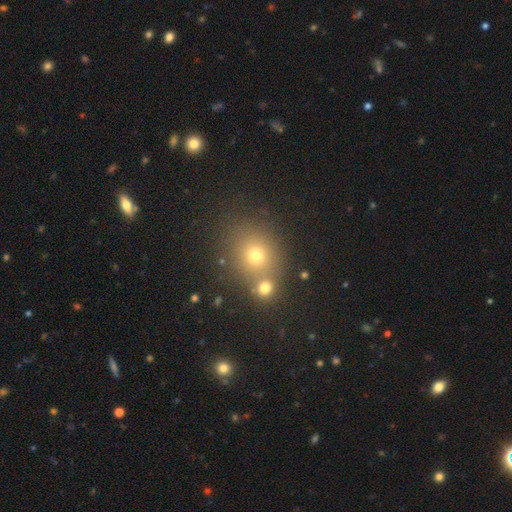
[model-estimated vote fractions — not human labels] The model was most divided on "merging": none: 59%, merger: 28%, minor disturbance: 9%, major disturbance: 4%. More confident: how rounded — round (72%); smooth or featured — smooth (68%).